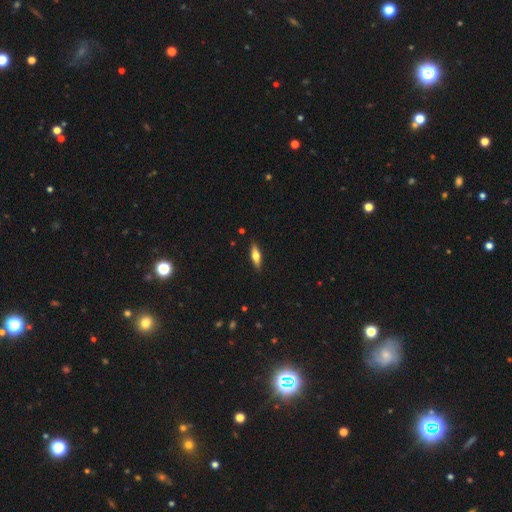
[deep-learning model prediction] smooth_or_featured: smooth (p=0.53) [alt: featured or disk p=0.41]
how_rounded: cigar-shaped (p=0.51) [alt: in between p=0.46]
merging: none (p=0.88) [alt: minor disturbance p=0.09]